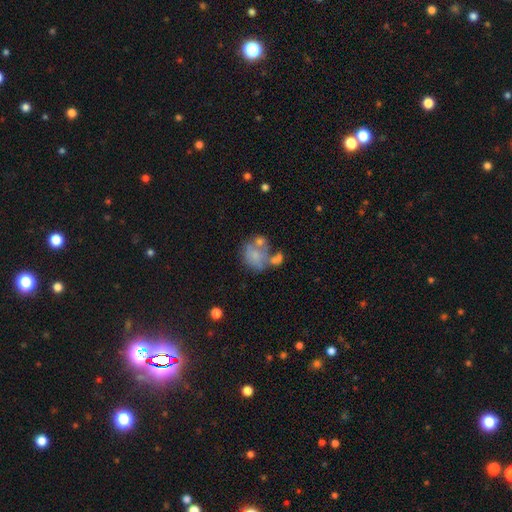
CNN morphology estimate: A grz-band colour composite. It shows a smooth galaxy with no disk features (51%) that is round (56%). Merging: merger (36%).